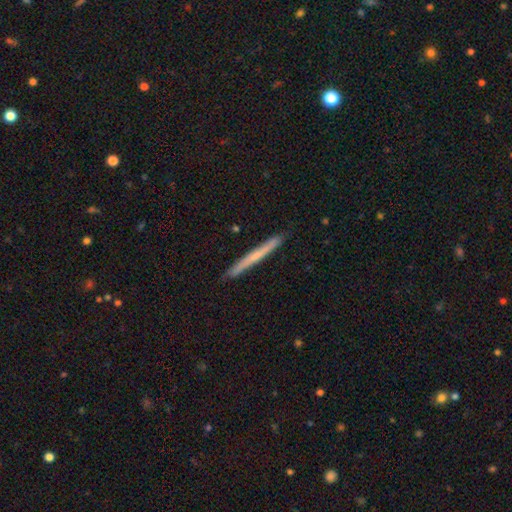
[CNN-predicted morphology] A smooth galaxy with no disk features (49%).

Vote fractions:
- Smooth or featured? smooth: 49% / featured or disk: 46% / star or artifact: 6%
- Merging? none: 91% / minor disturbance: 7% / major disturbance: 1% / merger: 1%